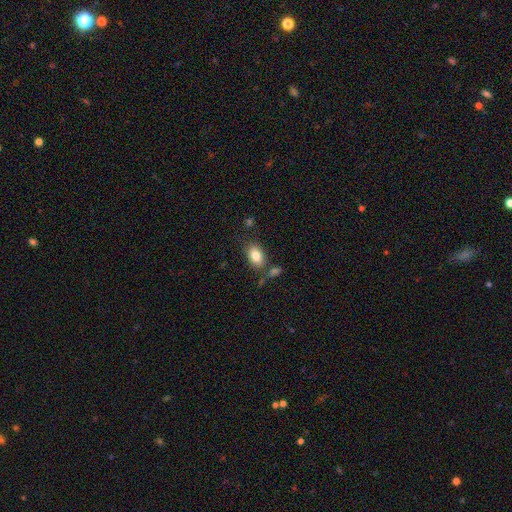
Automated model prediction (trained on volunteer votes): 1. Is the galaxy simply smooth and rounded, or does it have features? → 83% smooth, 9% featured or disk, 8% star or artifact.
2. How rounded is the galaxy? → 88% in between, 11% round, 2% cigar-shaped.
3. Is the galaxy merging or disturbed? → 72% none, 14% minor disturbance, 10% merger, 4% major disturbance.